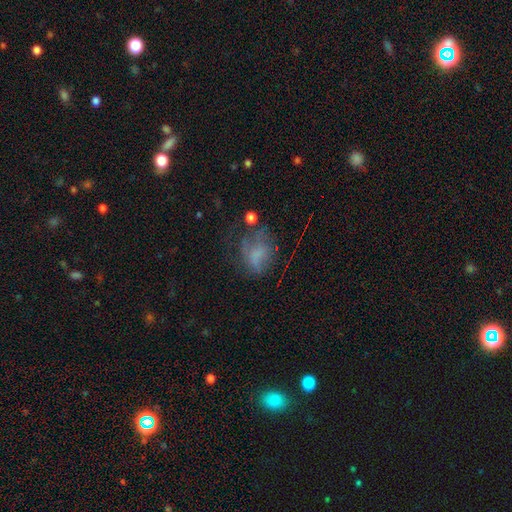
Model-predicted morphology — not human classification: type=smooth (46%); merging=none (39%).